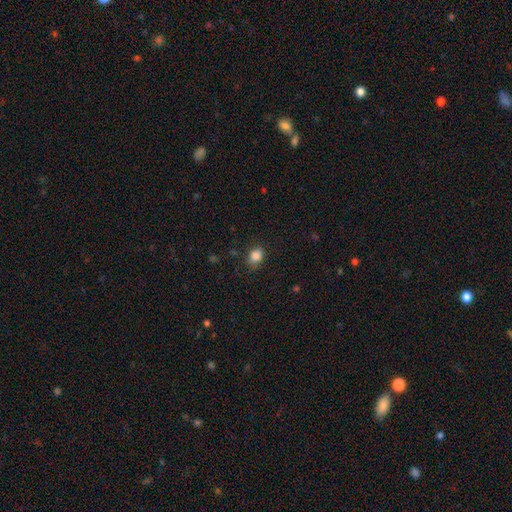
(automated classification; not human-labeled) Smooth or featured? smooth (86%)
How rounded? in between (59%)
Merging? none (72%)